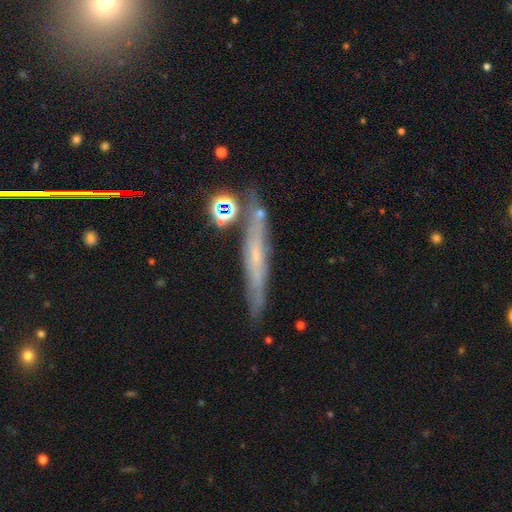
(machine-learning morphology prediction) This is likely a featured or disk galaxy (60%). It is clearly viewed edge-on (82%). Merging: likely none (74%).